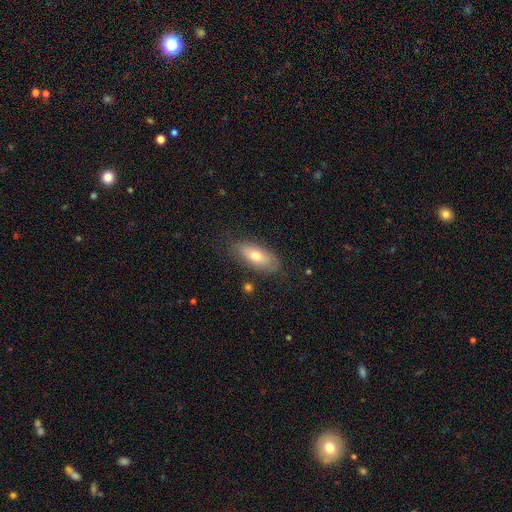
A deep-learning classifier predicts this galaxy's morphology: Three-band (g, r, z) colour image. It shows a smooth galaxy with no disk features (67%) that is in between round and cigar-shaped (82%). Merging: none (78%).